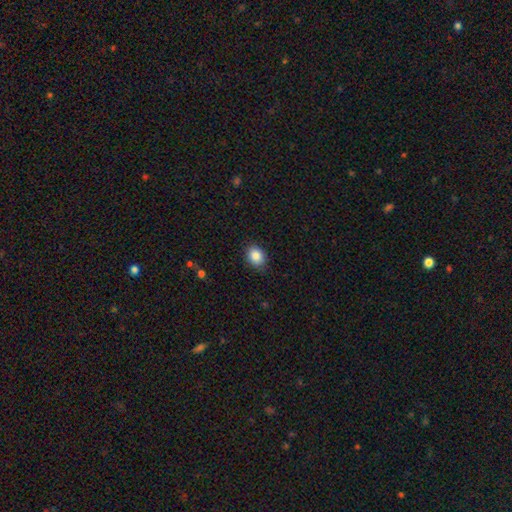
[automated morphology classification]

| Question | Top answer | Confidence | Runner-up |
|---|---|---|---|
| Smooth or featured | smooth | 86% | star or artifact (9%) |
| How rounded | in between | 58% | round (41%) |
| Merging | none | 85% | minor disturbance (12%) |